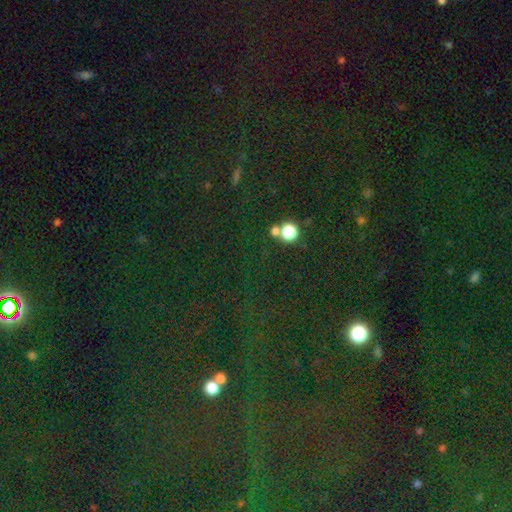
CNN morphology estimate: Overall: star or artifact (77%).